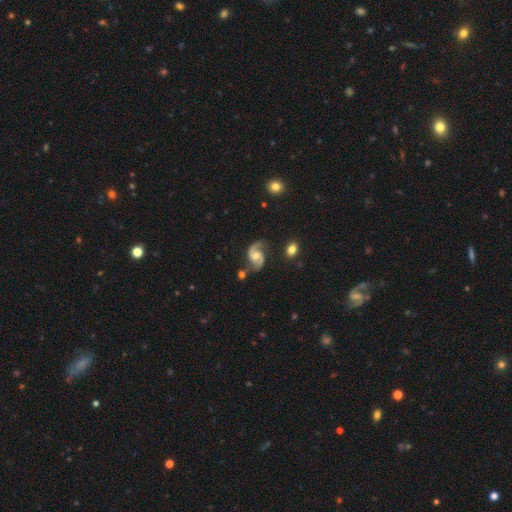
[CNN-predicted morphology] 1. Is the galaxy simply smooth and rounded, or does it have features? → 89% featured or disk, 6% smooth, 5% star or artifact.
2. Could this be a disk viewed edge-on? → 98% no, 2% yes.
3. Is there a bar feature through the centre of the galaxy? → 52% no, 38% weak, 10% strong.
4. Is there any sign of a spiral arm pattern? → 97% yes, 3% no.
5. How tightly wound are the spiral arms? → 51% medium, 37% loose, 12% tight.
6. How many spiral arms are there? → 93% 2, 2% 1, 2% can't tell, 1% 3, 1% 4, 1% more than 4.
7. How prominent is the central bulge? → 60% moderate, 31% small, 5% large, 3% none, 1% dominant.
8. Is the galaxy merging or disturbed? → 72% none, 17% minor disturbance, 6% major disturbance, 5% merger.